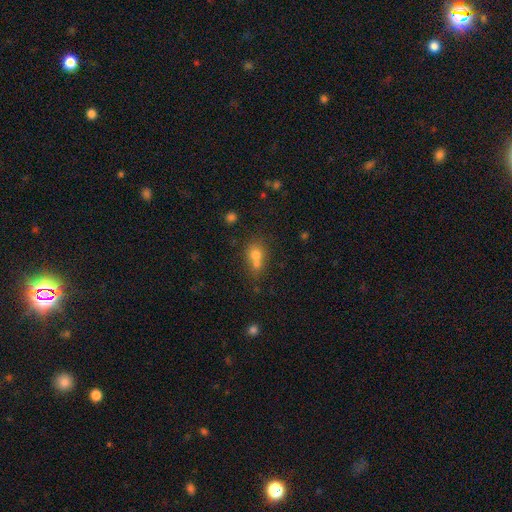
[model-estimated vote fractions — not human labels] Smooth or featured?
  - smooth: 69% *
  - star or artifact: 16%
  - featured or disk: 15%
How rounded?
  - round: 72% *
  - in between: 27%
  - cigar-shaped: 1%
Merging?
  - merger: 56% *
  - none: 33%
  - minor disturbance: 7%
  - major disturbance: 3%